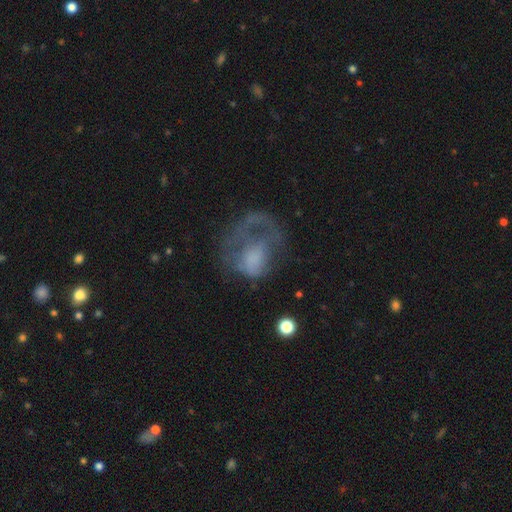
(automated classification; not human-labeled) The model was most divided on "merging": major disturbance: 47%, none: 33%, minor disturbance: 17%, merger: 4%. Remaining: edge-on disk — no (97%); bar — no (82%); spiral arms — no (60%); smooth or featured — featured or disk (52%); bulge size — none (40%).